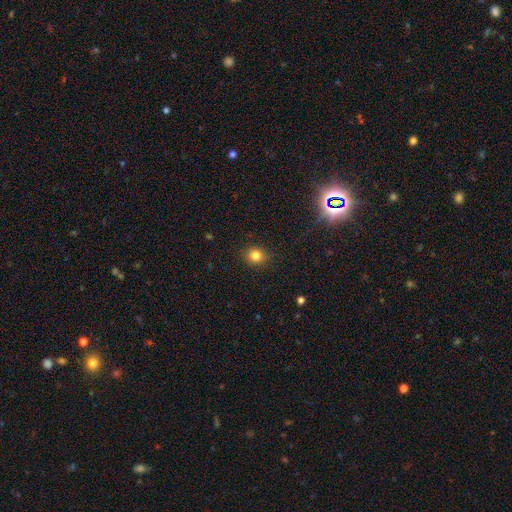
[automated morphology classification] A smooth galaxy with no disk features (82%) that is round (81%). Merging: none (89%).